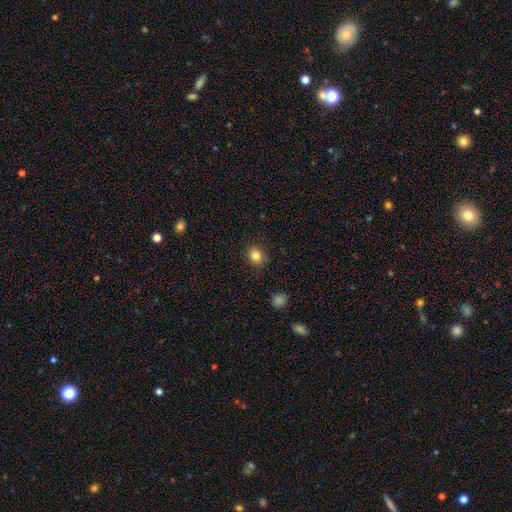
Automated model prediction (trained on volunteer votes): Smooth or featured? smooth (84%)
How rounded? round (67%)
Merging? none (87%)